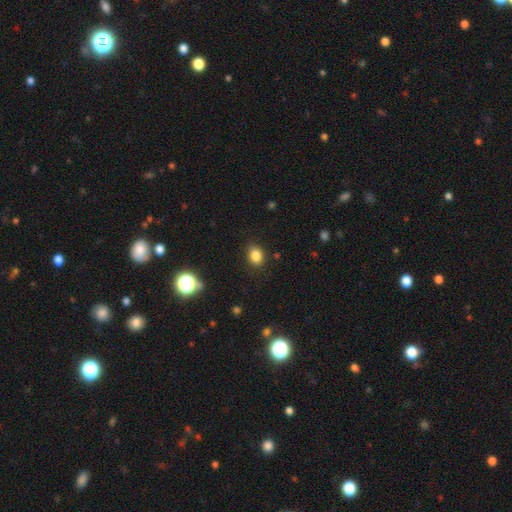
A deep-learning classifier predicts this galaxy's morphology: smooth 83%, star or artifact 12%, featured or disk 5%. Down the decision tree: how rounded — in between (57%); merging — none (84%).